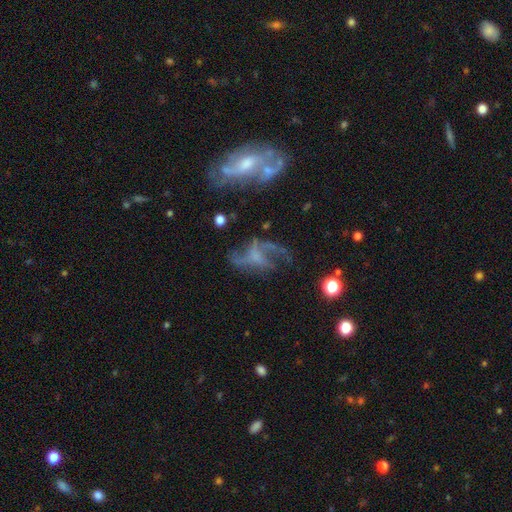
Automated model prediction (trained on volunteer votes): Morphology: type=featured or disk (72%); edge-on=no (95%); bar=no (53%); spiral arms=yes (81%); winding=loose (66%); arm count=2 (48%); bulge=none (51%); merging=none (43%).